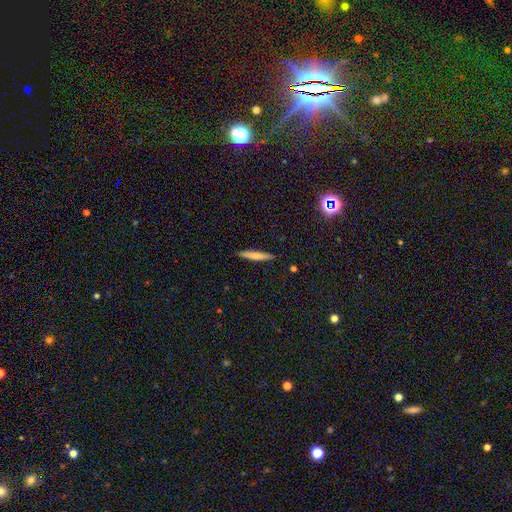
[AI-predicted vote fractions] A smooth galaxy with no disk features (65%) that is cigar-shaped (93%). Merging: none (90%).